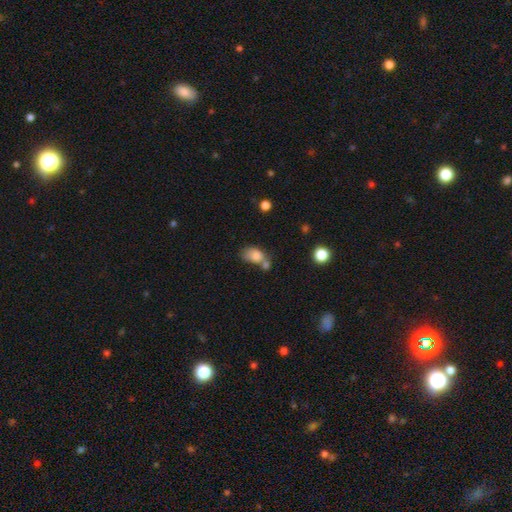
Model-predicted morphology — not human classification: Smooth or featured?
  - smooth: 80% *
  - featured or disk: 11%
  - star or artifact: 10%
How rounded?
  - in between: 84% *
  - round: 15%
  - cigar-shaped: 2%
Merging?
  - merger: 42% *
  - none: 29%
  - minor disturbance: 18%
  - major disturbance: 11%